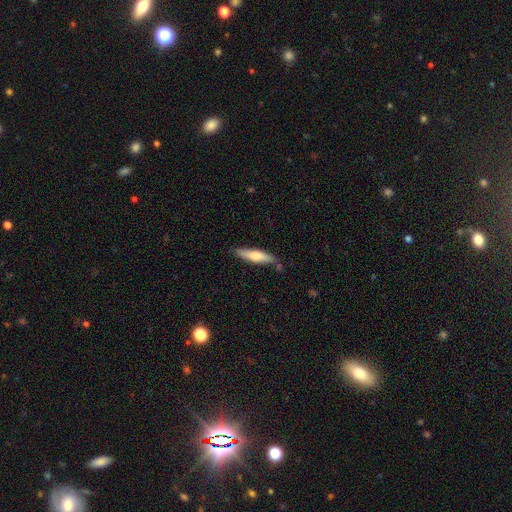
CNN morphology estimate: The model was most divided on "smooth or featured": smooth: 64%, featured or disk: 31%, star or artifact: 5%. More confident: merging — none (80%); how rounded — cigar-shaped (79%).